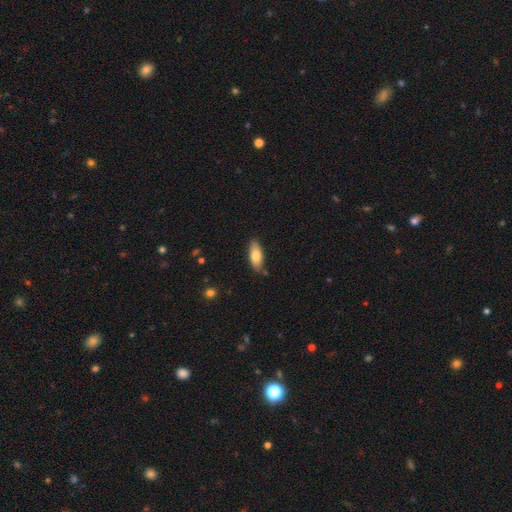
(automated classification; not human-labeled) A smooth galaxy with no disk features (76%) that is in between round and cigar-shaped (80%).

Vote fractions:
- Smooth or featured? smooth: 76% / featured or disk: 18% / star or artifact: 6%
- How rounded? in between: 80% / cigar-shaped: 18% / round: 2%
- Merging? none: 80% / minor disturbance: 15% / major disturbance: 2% / merger: 2%